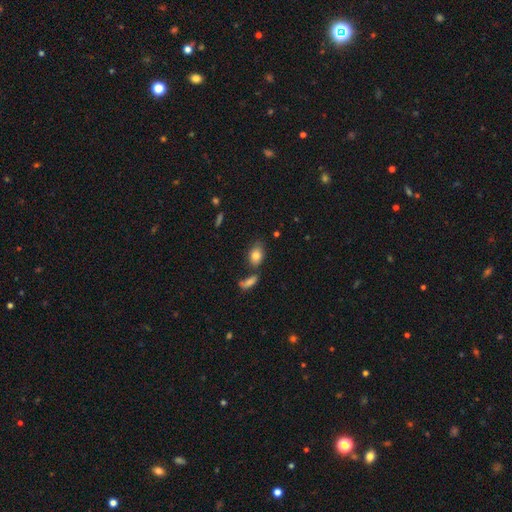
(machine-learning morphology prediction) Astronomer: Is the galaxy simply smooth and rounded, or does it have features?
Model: smooth — 80%.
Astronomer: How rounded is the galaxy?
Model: in between — 82%.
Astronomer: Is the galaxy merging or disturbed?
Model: none — 62%.